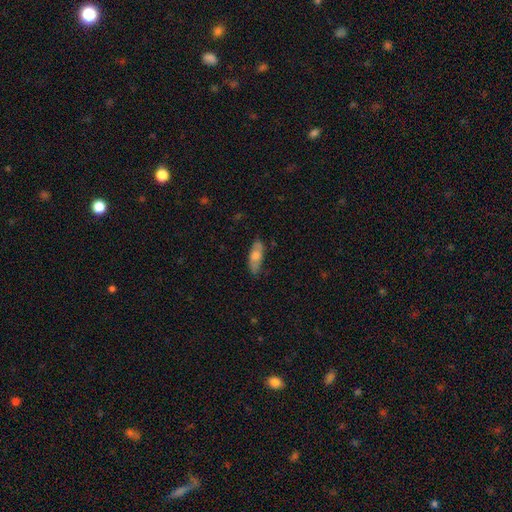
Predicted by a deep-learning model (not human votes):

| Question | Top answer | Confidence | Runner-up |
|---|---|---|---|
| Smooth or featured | smooth | 62% | featured or disk (32%) |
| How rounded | in between | 69% | cigar-shaped (28%) |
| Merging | none | 80% | minor disturbance (16%) |